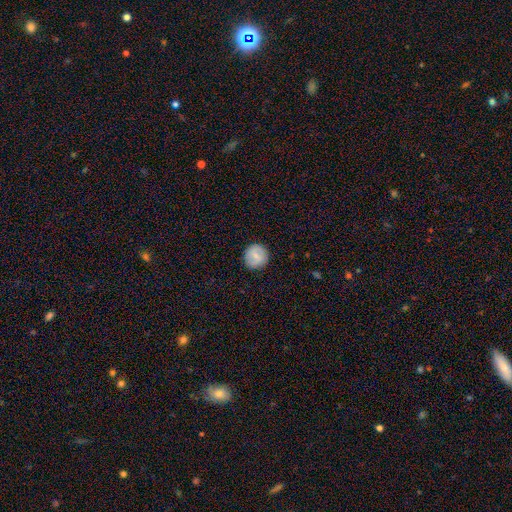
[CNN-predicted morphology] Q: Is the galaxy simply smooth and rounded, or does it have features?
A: smooth — 68%.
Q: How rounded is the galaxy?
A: round — 92%.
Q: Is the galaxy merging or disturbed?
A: none — 89%.